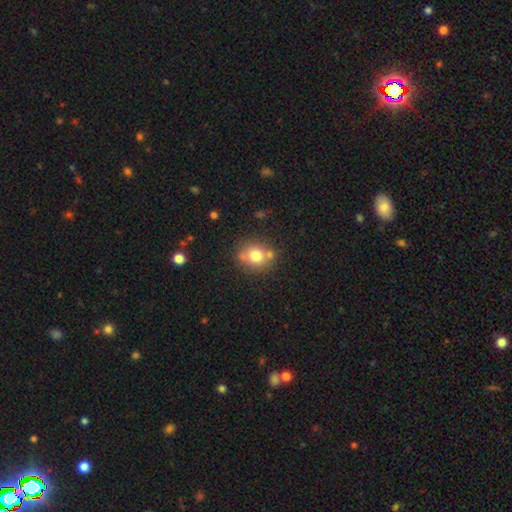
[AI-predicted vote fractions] Smooth or featured?
  - smooth: 75% *
  - featured or disk: 14%
  - star or artifact: 11%
How rounded?
  - round: 75% *
  - in between: 24%
  - cigar-shaped: 1%
Merging?
  - none: 68% *
  - minor disturbance: 15%
  - merger: 14%
  - major disturbance: 4%